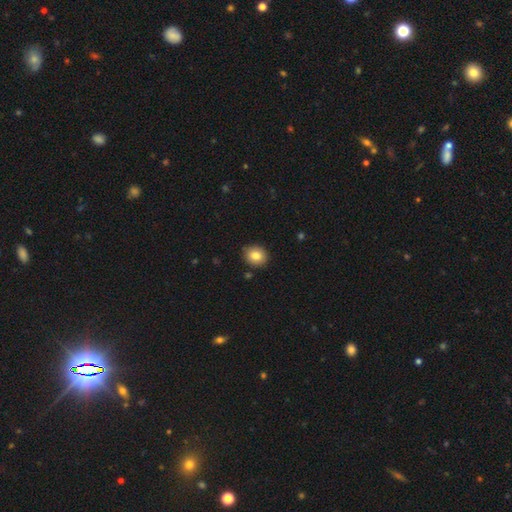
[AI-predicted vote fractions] smooth_or_featured: smooth (p=0.82) [alt: star or artifact p=0.09]
how_rounded: round (p=0.72) [alt: in between p=0.27]
merging: none (p=0.89) [alt: minor disturbance p=0.08]